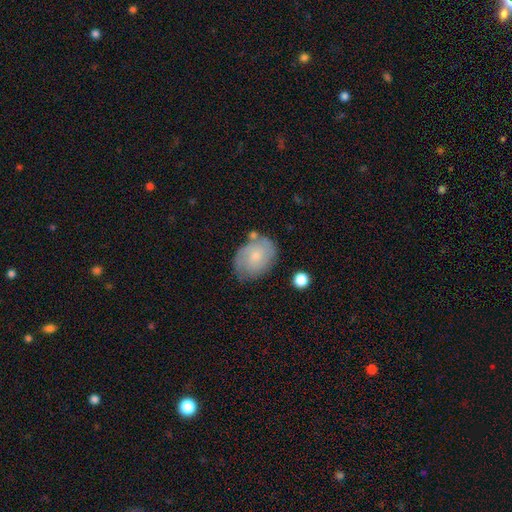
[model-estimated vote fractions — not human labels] The model was most divided on "smooth or featured": featured or disk: 51%, smooth: 42%, star or artifact: 7%. More confident: edge-on disk — no (96%); merging — none (64%).